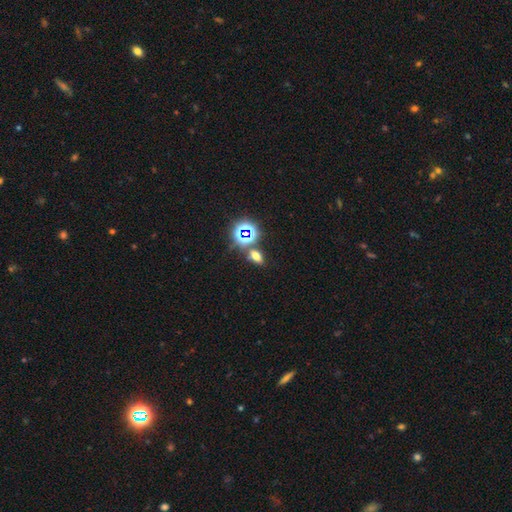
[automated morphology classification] This appears to be a smooth galaxy with no disk features (55%) that is in between round and cigar-shaped (76%). Merging: none (74%).